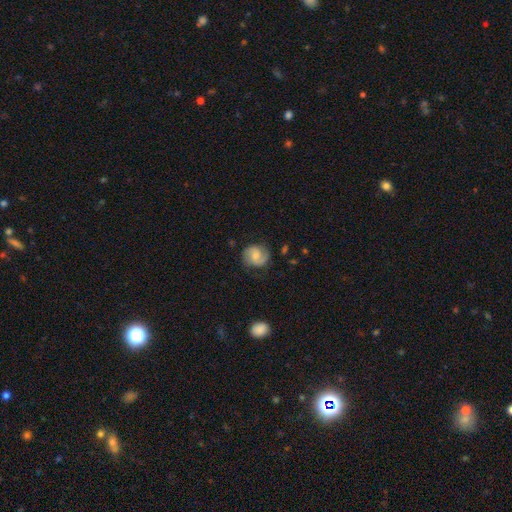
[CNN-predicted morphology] A featured or disk galaxy (63%) with a weak bar (48%), 2 (87%) medium (48%) spiral arms (93%) and a small central bulge (41%). Merging: none (78%).